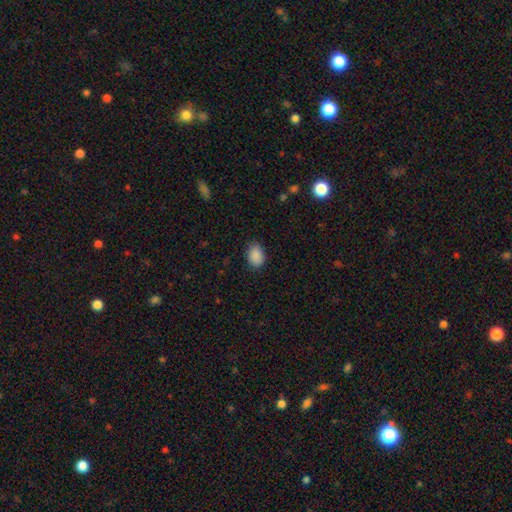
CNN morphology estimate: smooth 89%, star or artifact 8%, featured or disk 3%. Down the decision tree: how rounded — in between (76%); merging — none (82%).